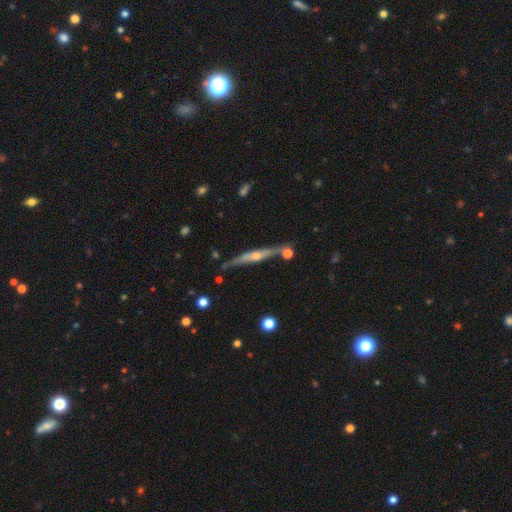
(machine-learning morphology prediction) Smooth or featured?
  - featured or disk: 74% *
  - smooth: 19%
  - star or artifact: 6%
Edge-on disk?
  - yes: 96% *
  - no: 4%
Edge-on bulge?
  - rounded: 80% *
  - none: 12%
  - boxy: 7%
Merging?
  - none: 76% *
  - minor disturbance: 13%
  - merger: 8%
  - major disturbance: 3%